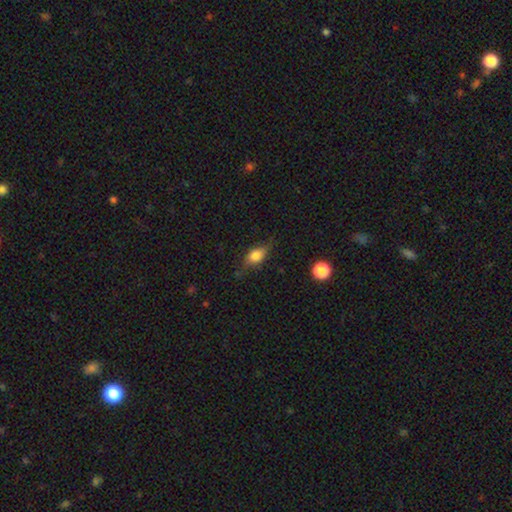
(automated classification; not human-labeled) A smooth galaxy with no disk features (65%) that is in between round and cigar-shaped (72%). Merging: none (68%).